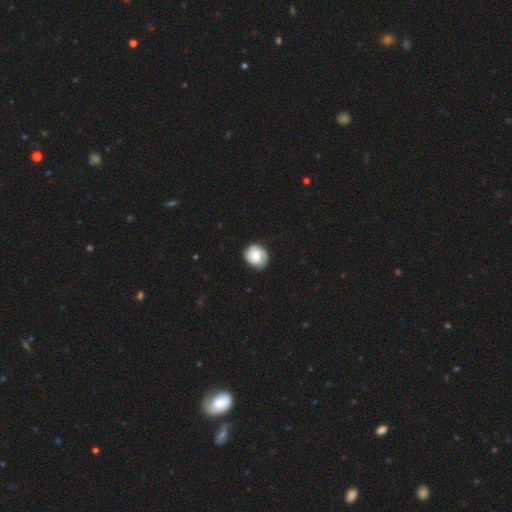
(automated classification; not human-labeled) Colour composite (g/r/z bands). It shows a smooth galaxy with no disk features (58%) that is round (78%). Merging: none (78%).